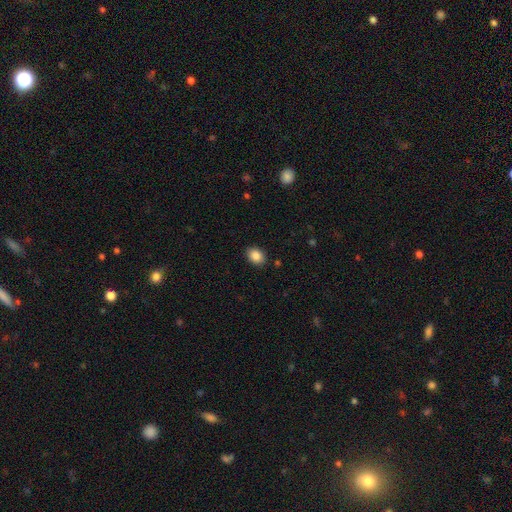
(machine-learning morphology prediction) smooth_or_featured: smooth (p=0.87) [alt: star or artifact p=0.09]
how_rounded: in between (p=0.65) [alt: round p=0.34]
merging: none (p=0.88) [alt: minor disturbance p=0.09]